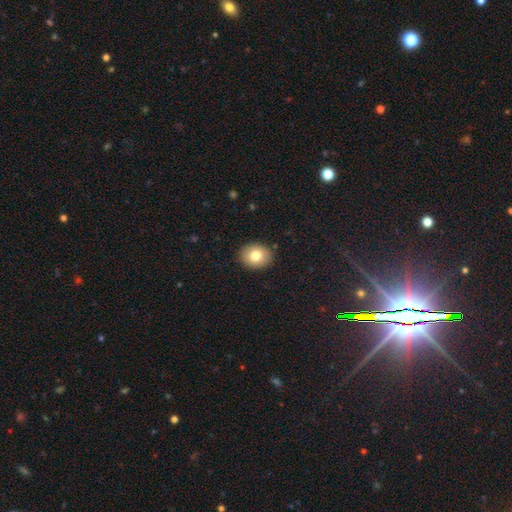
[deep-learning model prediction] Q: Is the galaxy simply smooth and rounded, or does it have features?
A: smooth — 80%.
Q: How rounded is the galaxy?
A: round — 59%.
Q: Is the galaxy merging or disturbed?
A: none — 90%.